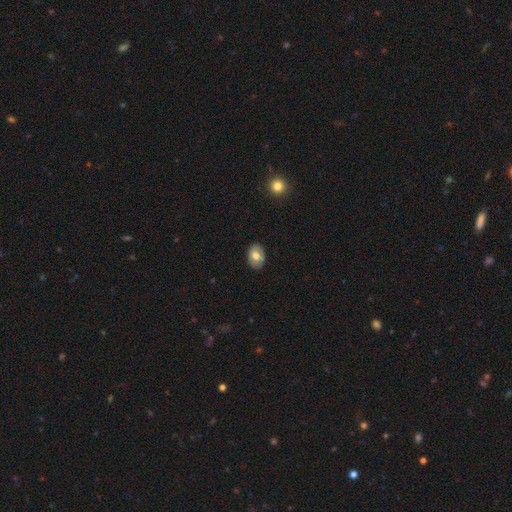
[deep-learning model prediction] Smooth or featured: smooth — 69% (featured or disk — 24%)
How rounded: in between — 82% (round — 17%)
Merging: none — 87% (minor disturbance — 10%)